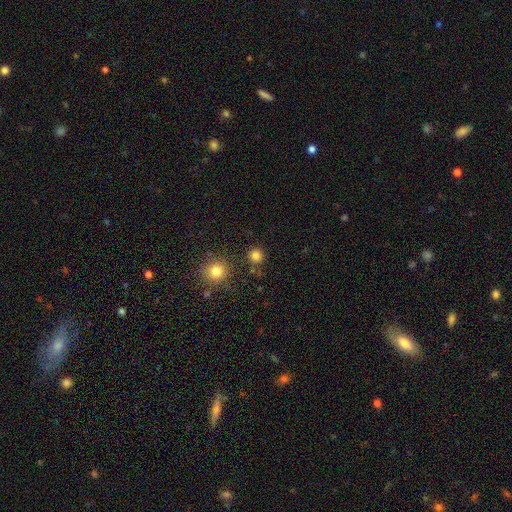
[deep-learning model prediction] This appears to be a smooth galaxy with no disk features (80%) that is round (94%). Merging: none (86%).